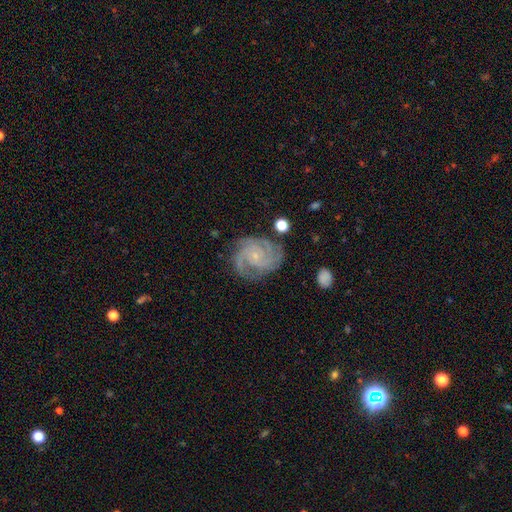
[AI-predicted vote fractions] The model was most divided on "spiral arm count": 3: 44%, 2: 20%, 4: 16%, can't tell: 11%, more than 4: 5%, 1: 5%. More confident: edge-on disk — no (98%); spiral arms — yes (98%); smooth or featured — featured or disk (89%); bulge size — small (83%); merging — none (75%); bar — no (74%); spiral winding — tight (62%).